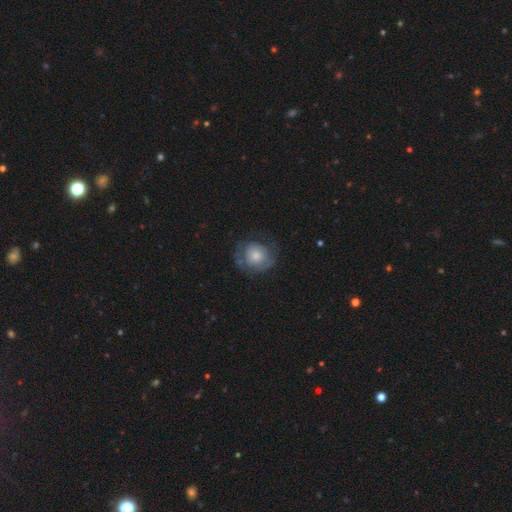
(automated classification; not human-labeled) Smooth or featured?
  - smooth: 56% *
  - featured or disk: 37%
  - star or artifact: 7%
How rounded?
  - round: 79% *
  - in between: 20%
  - cigar-shaped: 1%
Merging?
  - none: 57% *
  - minor disturbance: 25%
  - major disturbance: 17%
  - merger: 2%